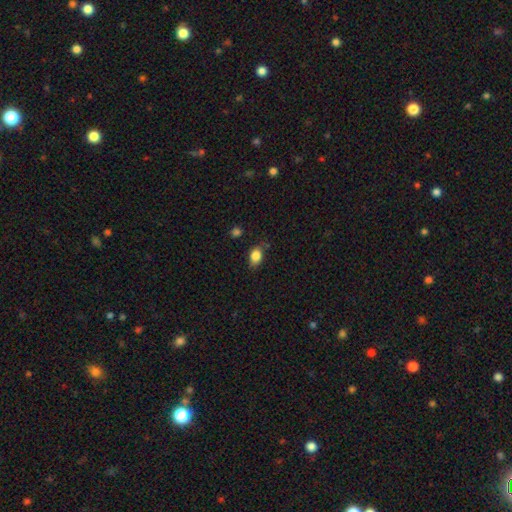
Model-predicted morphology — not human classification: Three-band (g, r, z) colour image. It shows a smooth galaxy with no disk features (85%) that is in between round and cigar-shaped (78%). Merging: none (75%).